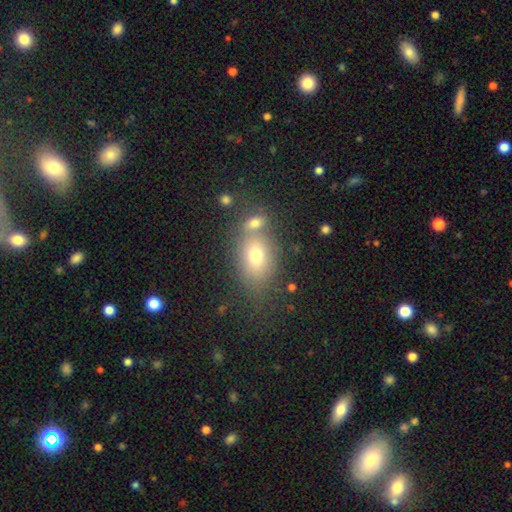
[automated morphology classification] Smooth or featured? Predicted: smooth (p=0.71). How rounded? Predicted: in between (p=0.74). Merging? Predicted: none (p=0.51).